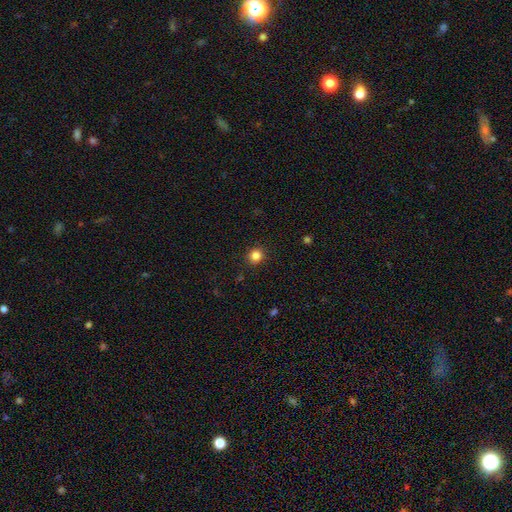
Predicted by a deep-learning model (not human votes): A smooth galaxy with no disk features (84%) that is round (89%).

Vote fractions:
- Smooth or featured? smooth: 84% / star or artifact: 12% / featured or disk: 4%
- How rounded? round: 89% / in between: 10% / cigar-shaped: 1%
- Merging? none: 90% / minor disturbance: 6% / major disturbance: 2% / merger: 1%